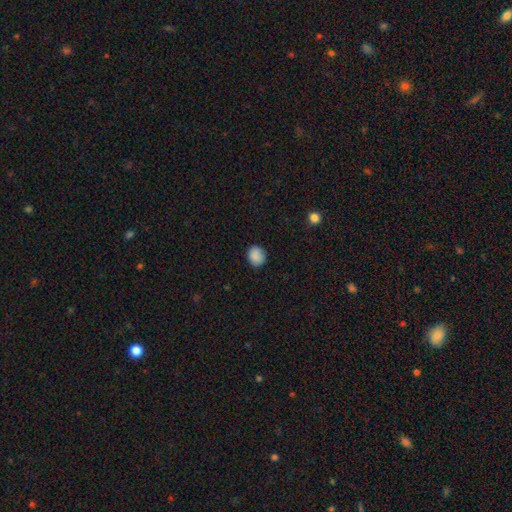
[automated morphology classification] smooth-or-featured: smooth: 89% | star or artifact: 8% | featured or disk: 3%
  how-rounded: round: 70% | in between: 29% | cigar-shaped: 1%
  merging: none: 88% | minor disturbance: 9% | major disturbance: 2% | merger: 1%